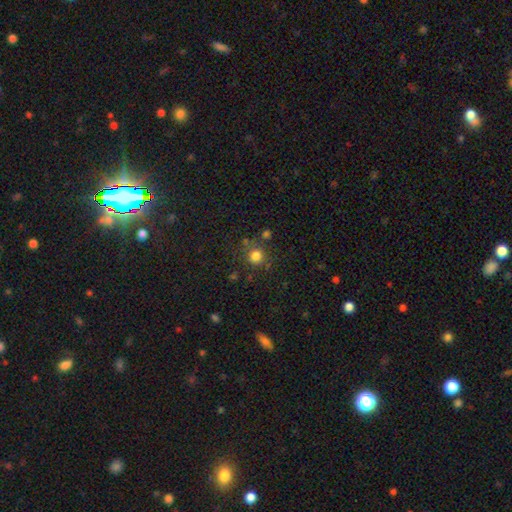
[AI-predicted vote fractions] Smooth or featured? Predicted: smooth (p=0.78). How rounded? Predicted: round (p=0.89). Merging? Predicted: none (p=0.74).